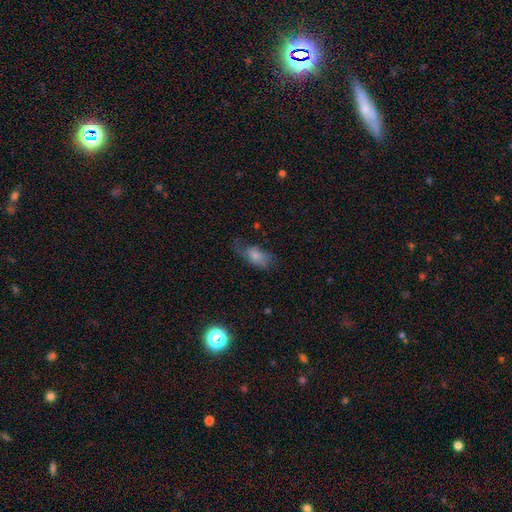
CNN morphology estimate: smooth 66%, featured or disk 25%, star or artifact 9%. Down the decision tree: how rounded — in between (88%); merging — none (40%).